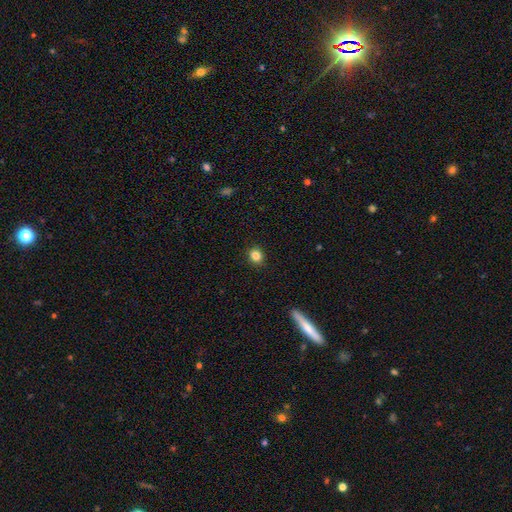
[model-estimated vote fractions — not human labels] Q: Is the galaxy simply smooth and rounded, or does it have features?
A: smooth — 84%.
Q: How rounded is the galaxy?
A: round — 74%.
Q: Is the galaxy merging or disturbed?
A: none — 91%.